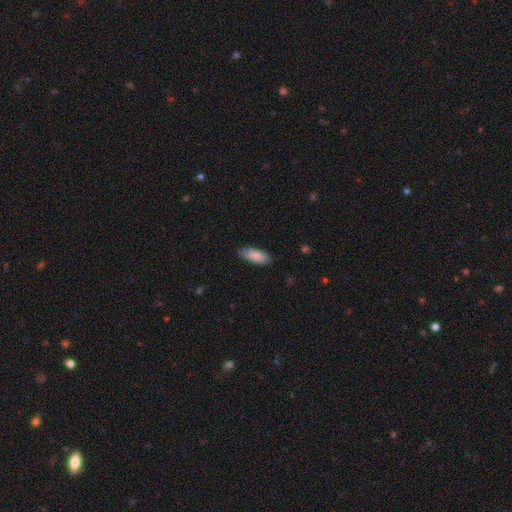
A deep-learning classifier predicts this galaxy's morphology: Smooth or featured?
  - smooth: 86% *
  - featured or disk: 8%
  - star or artifact: 5%
How rounded?
  - in between: 76% *
  - cigar-shaped: 22%
  - round: 2%
Merging?
  - none: 83% *
  - minor disturbance: 14%
  - major disturbance: 2%
  - merger: 1%